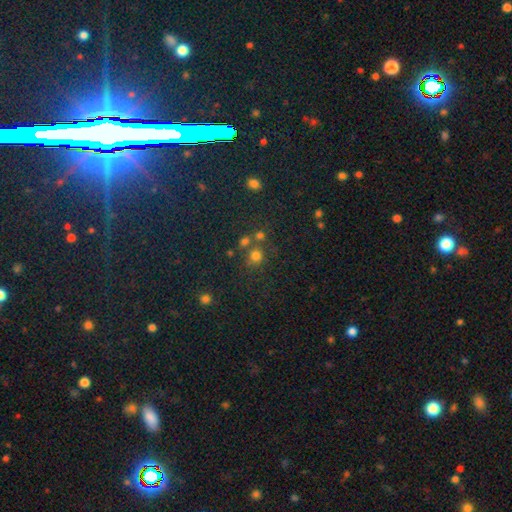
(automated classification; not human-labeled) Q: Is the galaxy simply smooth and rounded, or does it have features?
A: smooth — 69%.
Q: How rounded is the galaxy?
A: round — 86%.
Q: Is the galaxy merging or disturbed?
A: none — 61%.